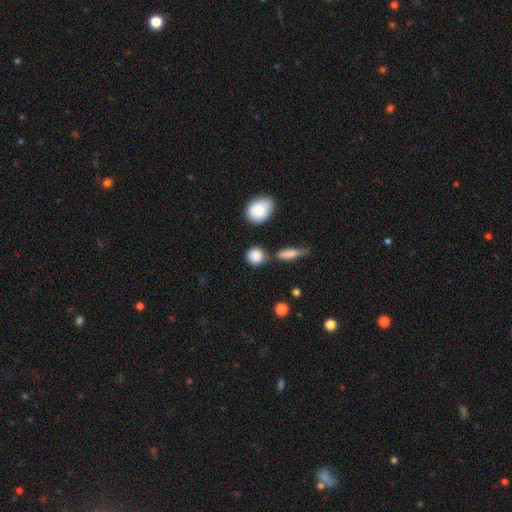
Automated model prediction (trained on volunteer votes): smooth 86%, star or artifact 8%, featured or disk 6%. Down the decision tree: how rounded — round (79%); merging — none (69%).